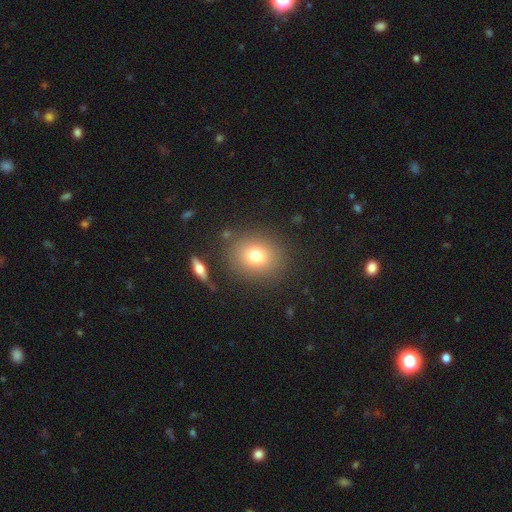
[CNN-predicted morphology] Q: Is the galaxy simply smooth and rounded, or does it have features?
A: smooth — 76%.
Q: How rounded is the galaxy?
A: round — 68%.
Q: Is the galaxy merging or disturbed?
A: none — 84%.